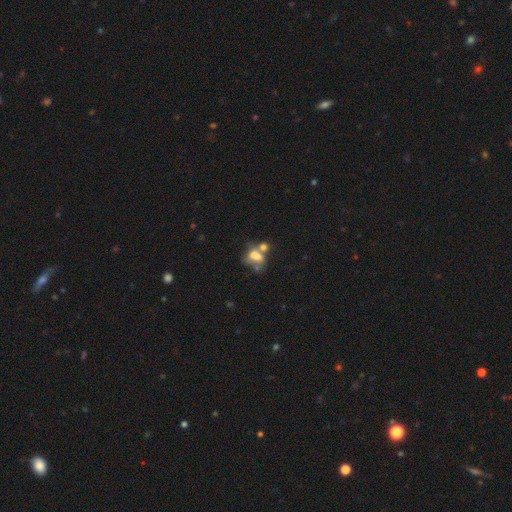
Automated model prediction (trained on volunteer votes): This is possibly a smooth galaxy (60%). How rounded: likely in between (74%). Merging: possibly merger (50%).